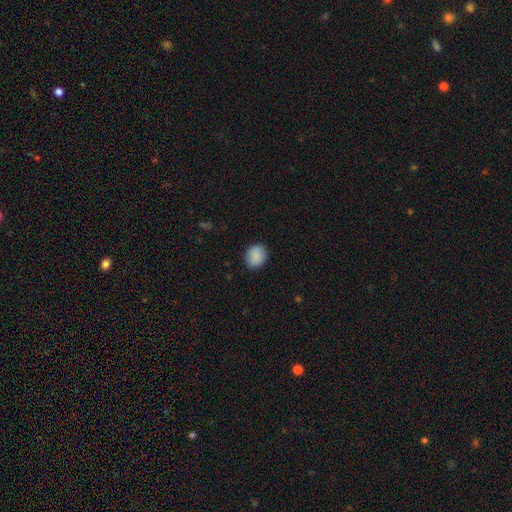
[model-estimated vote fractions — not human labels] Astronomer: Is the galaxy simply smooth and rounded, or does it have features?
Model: smooth — 89%.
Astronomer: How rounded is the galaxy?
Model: round — 50% (runner-up: in between, 49%).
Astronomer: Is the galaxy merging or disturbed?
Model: none — 87%.